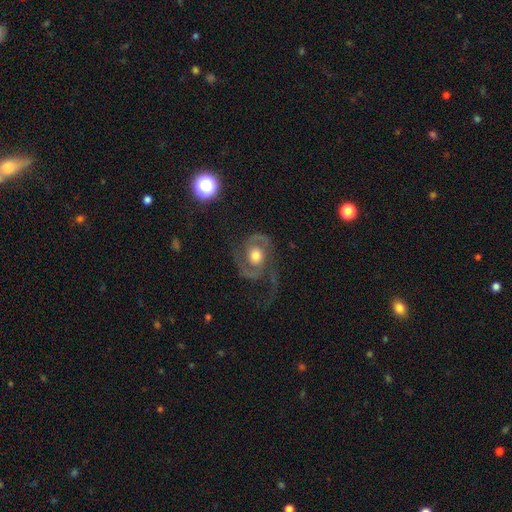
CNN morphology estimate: Smooth or featured: featured or disk — 85% (smooth — 10%)
Edge-on disk: no — 97% (yes — 3%)
Bar: no — 73% (weak — 21%)
Spiral arms: yes — 94% (no — 6%)
Spiral winding: medium — 50% (loose — 28%)
Spiral arm count: 2 — 85% (1 — 6%)
Bulge size: moderate — 63% (large — 26%)
Merging: none — 50% (major disturbance — 30%)